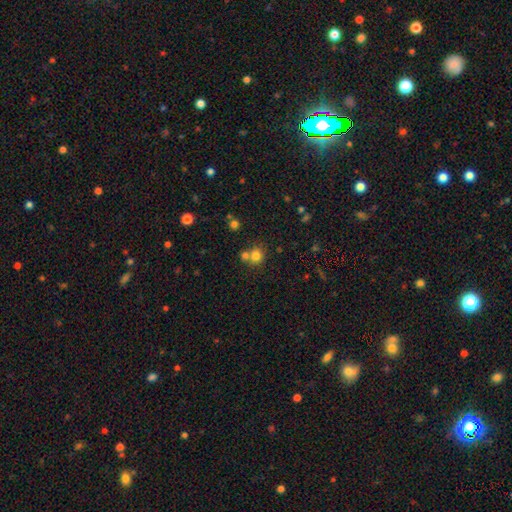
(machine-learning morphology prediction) Smooth or featured?
  - smooth: 77% *
  - star or artifact: 15%
  - featured or disk: 9%
How rounded?
  - round: 80% *
  - in between: 19%
  - cigar-shaped: 1%
Merging?
  - none: 51% *
  - merger: 37%
  - minor disturbance: 8%
  - major disturbance: 3%